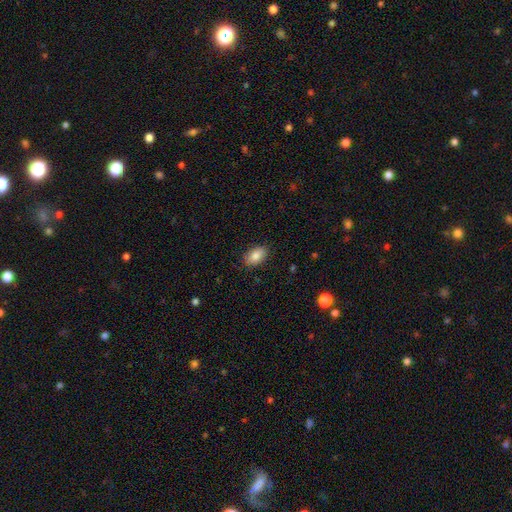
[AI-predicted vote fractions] A smooth galaxy with no disk features (85%) that is in between round and cigar-shaped (92%). Merging: none (87%).